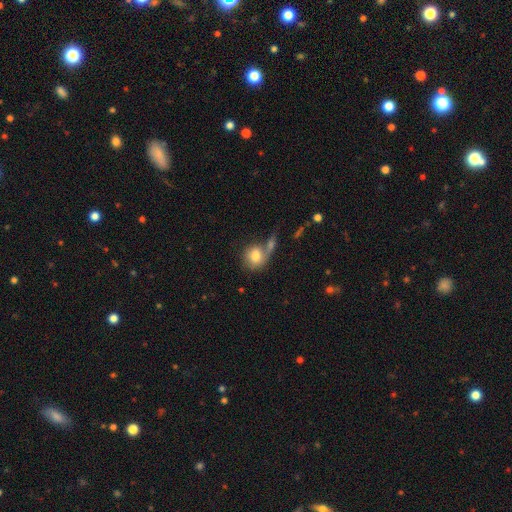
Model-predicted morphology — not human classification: smooth-or-featured: smooth: 75% | featured or disk: 17% | star or artifact: 8%
  how-rounded: round: 72% | in between: 26% | cigar-shaped: 1%
  merging: merger: 39% | none: 36% | minor disturbance: 13% | major disturbance: 12%